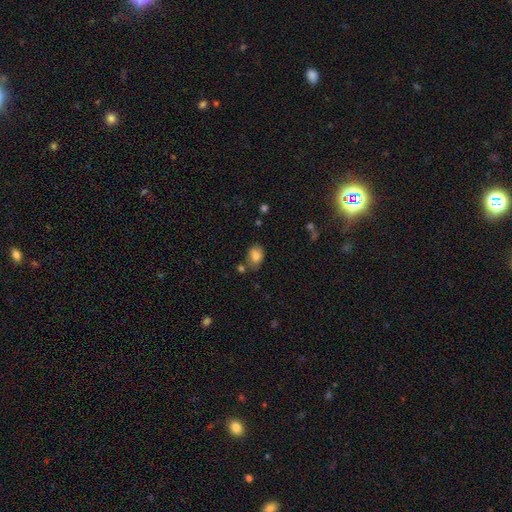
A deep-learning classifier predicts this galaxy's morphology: smooth_or_featured: smooth (p=0.80) [alt: featured or disk p=0.11]
how_rounded: in between (p=0.73) [alt: round p=0.25]
merging: none (p=0.64) [alt: minor disturbance p=0.21]